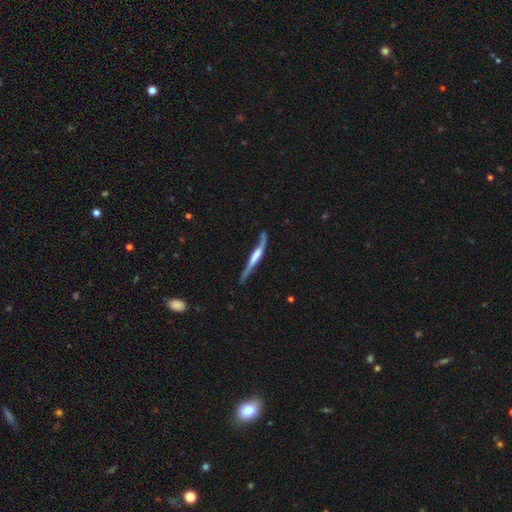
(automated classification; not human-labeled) Morphology: type=featured or disk (68%); edge-on=yes (80%); edge-on bulge=boxy (45%); merging=none (55%).